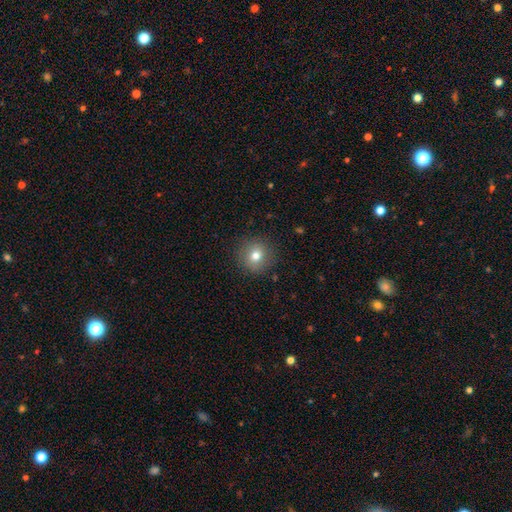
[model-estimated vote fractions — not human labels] The model was most divided on "smooth or featured": smooth: 77%, featured or disk: 12%, star or artifact: 12%. More confident: how rounded — round (90%); merging — none (88%).